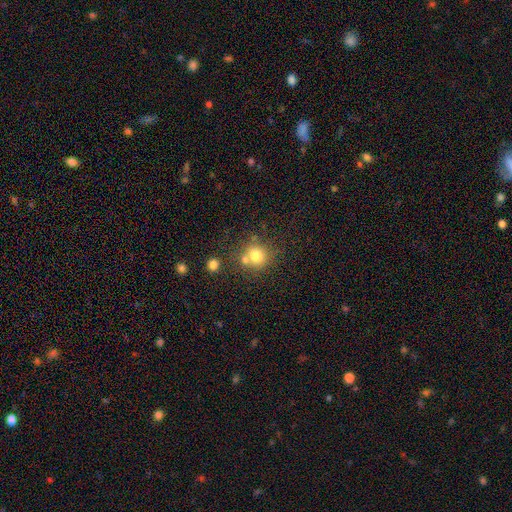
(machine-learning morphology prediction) Smooth or featured: smooth — 75% (star or artifact — 13%)
How rounded: round — 85% (in between — 14%)
Merging: none — 55% (merger — 30%)